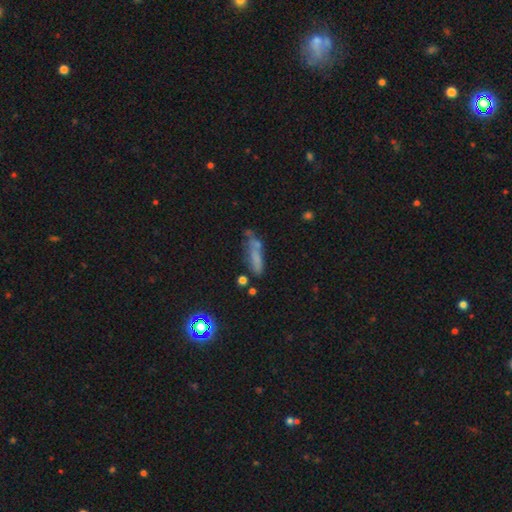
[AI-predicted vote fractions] Smooth or featured?
  - smooth: 59% *
  - featured or disk: 23%
  - star or artifact: 18%
How rounded?
  - cigar-shaped: 67% *
  - in between: 30%
  - round: 4%
Merging?
  - none: 49% *
  - minor disturbance: 25%
  - major disturbance: 14%
  - merger: 12%